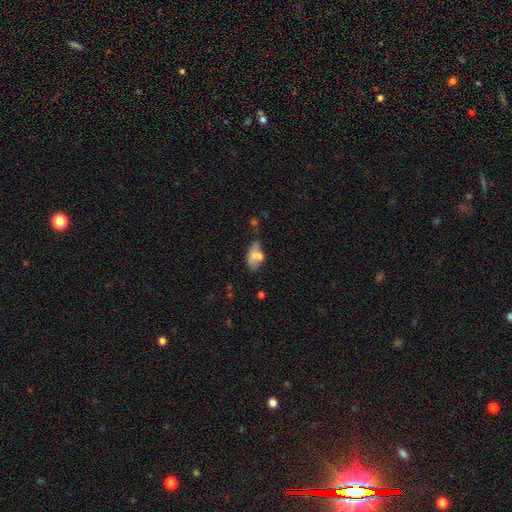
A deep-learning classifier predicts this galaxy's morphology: A smooth galaxy with no disk features (60%) that is in between round and cigar-shaped (85%). Merging: merger (34%).